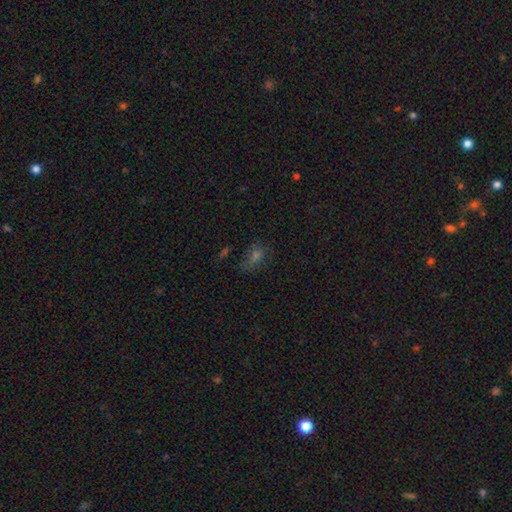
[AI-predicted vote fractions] This appears to be a smooth galaxy with no disk features (52%) that is in between round and cigar-shaped (70%). Merging: none (61%).